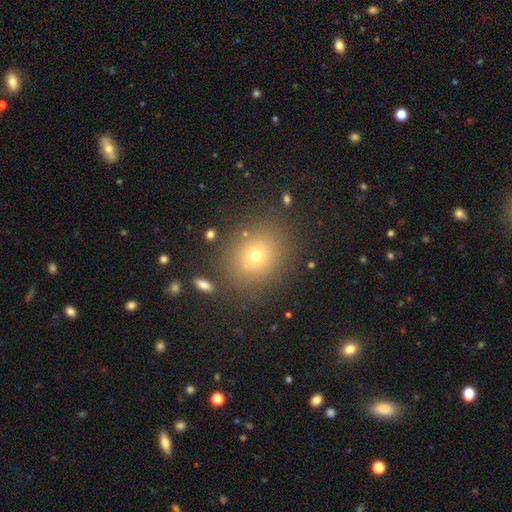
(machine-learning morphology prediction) Smooth or featured? Predicted: smooth (p=0.68). How rounded? Predicted: round (p=0.76). Merging? Predicted: none (p=0.84).